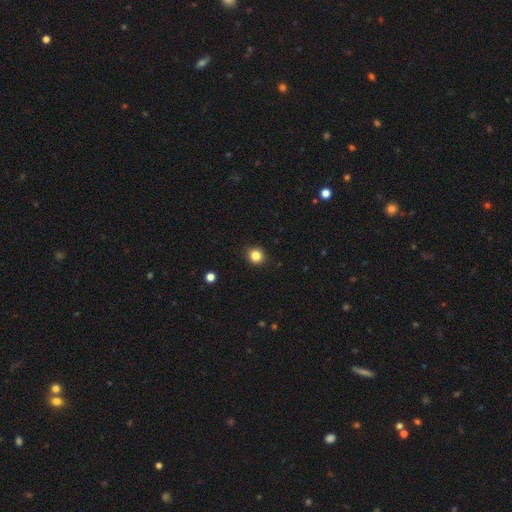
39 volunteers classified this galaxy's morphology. Smooth or featured?
  - smooth: 87% *
  - star or artifact: 10%
  - featured or disk: 3%
How rounded?
  - round: 85% *
  - in between: 12%
  - cigar-shaped: 3%
Merging?
  - none: 89% *
  - minor disturbance: 9%
  - major disturbance: 3%
  - merger: 0%